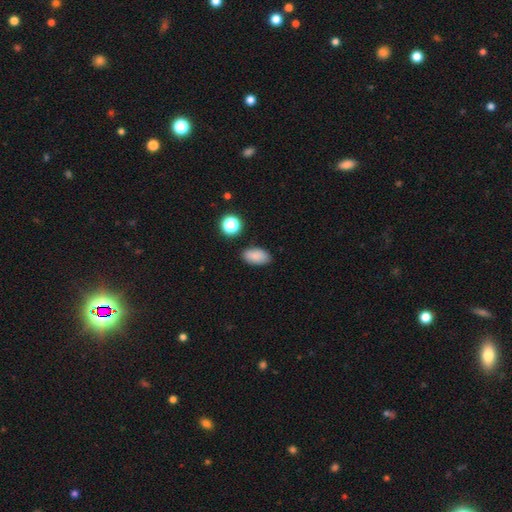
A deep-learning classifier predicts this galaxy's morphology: The model was most divided on "merging": none: 84%, minor disturbance: 11%, major disturbance: 3%, merger: 2%. More confident: how rounded — in between (92%); smooth or featured — smooth (85%).